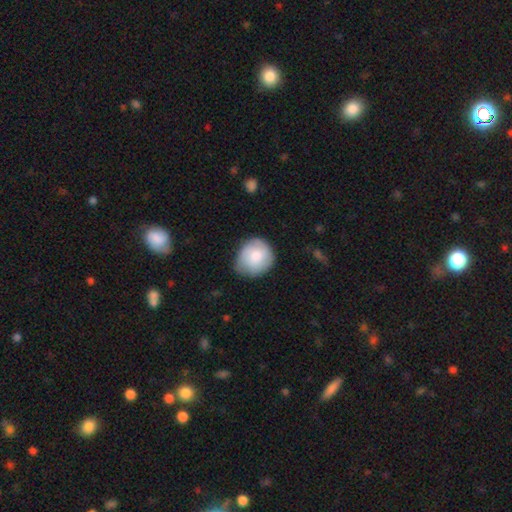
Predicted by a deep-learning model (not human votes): This appears to be a smooth galaxy with no disk features (74%) that is round (78%). Merging: none (66%).